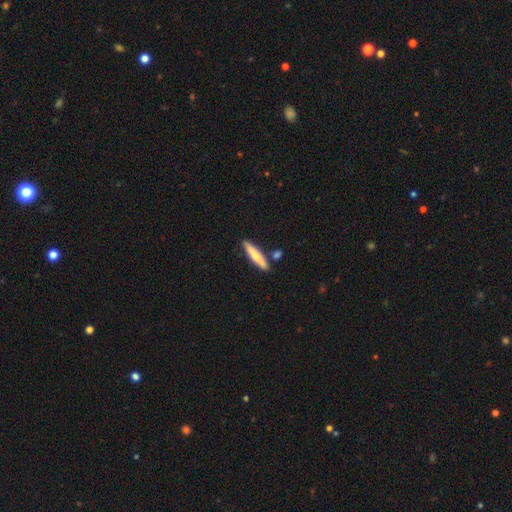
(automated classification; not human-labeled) This is likely a smooth galaxy (65%). How rounded: clearly cigar-shaped (87%). Merging: clearly none (82%).